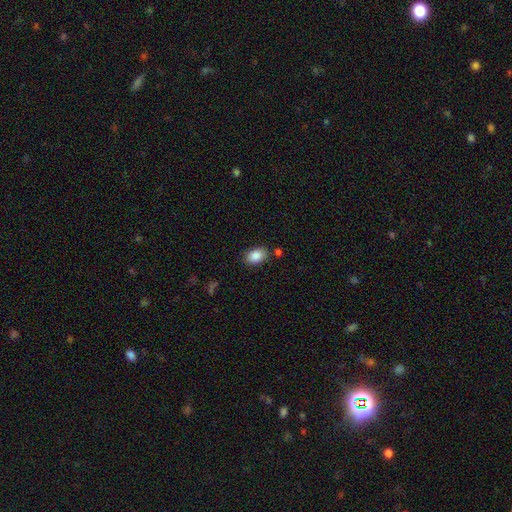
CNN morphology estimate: This is clearly a smooth galaxy (87%). How rounded: clearly in between (85%). Merging: clearly none (80%).